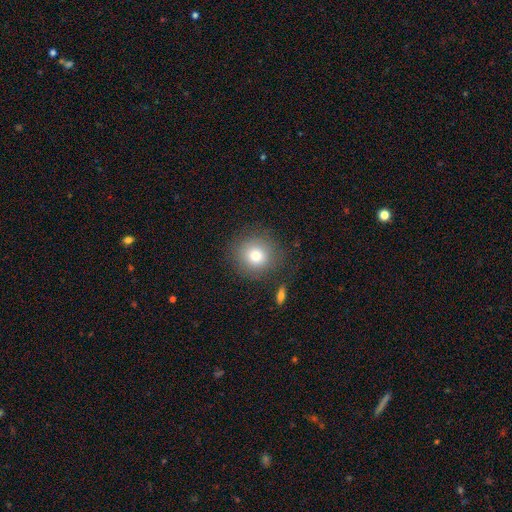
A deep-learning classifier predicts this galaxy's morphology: smooth-or-featured: smooth: 77% | featured or disk: 12% | star or artifact: 11%
  how-rounded: round: 91% | in between: 8% | cigar-shaped: 1%
  merging: none: 83% | minor disturbance: 10% | major disturbance: 4% | merger: 3%